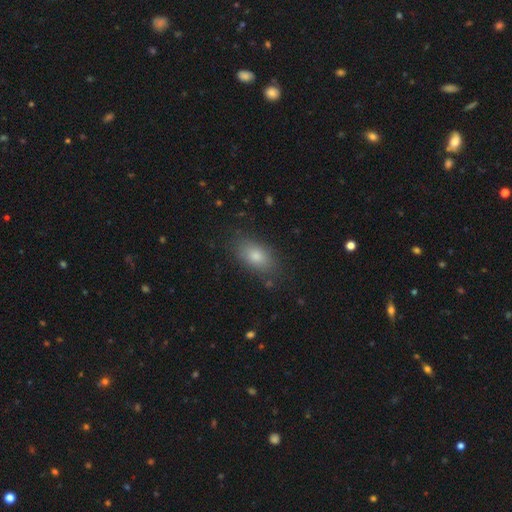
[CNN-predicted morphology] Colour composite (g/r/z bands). It shows a smooth galaxy with no disk features (78%) that is in between round and cigar-shaped (87%). Merging: none (83%).